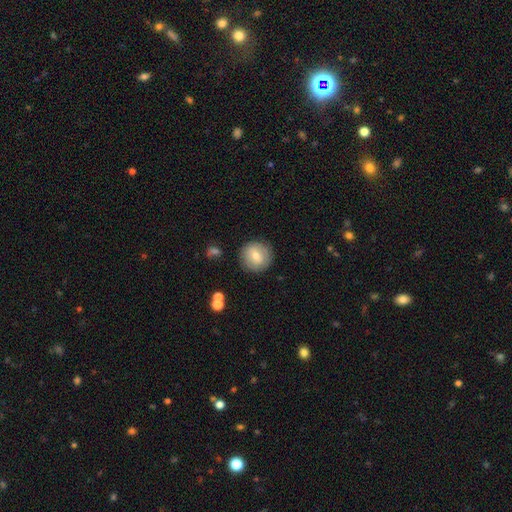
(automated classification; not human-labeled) Q: Smooth or featured?
A: smooth (67%); runner-up: featured or disk (25%)
Q: How rounded?
A: round (93%); runner-up: in between (6%)
Q: Merging?
A: none (86%); runner-up: minor disturbance (10%)